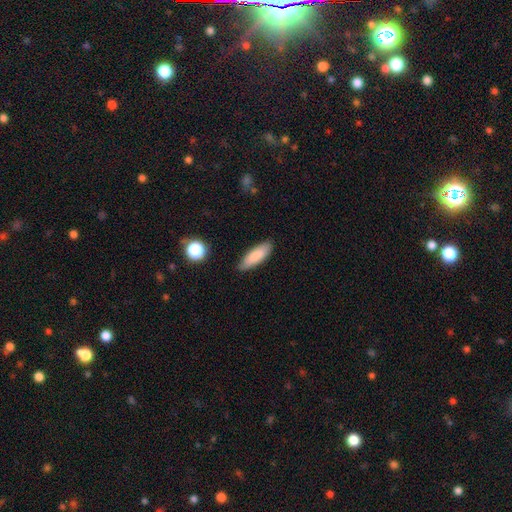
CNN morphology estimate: smooth-or-featured: smooth: 85% | featured or disk: 9% | star or artifact: 7%
  how-rounded: in between: 56% | cigar-shaped: 42% | round: 2%
  merging: none: 85% | minor disturbance: 11% | major disturbance: 2% | merger: 1%